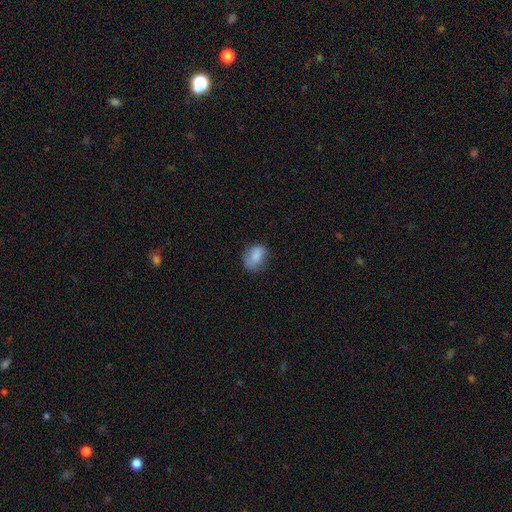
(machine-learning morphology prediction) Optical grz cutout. It shows a smooth galaxy with no disk features (81%) that is in between round and cigar-shaped (70%). Merging: none (61%).